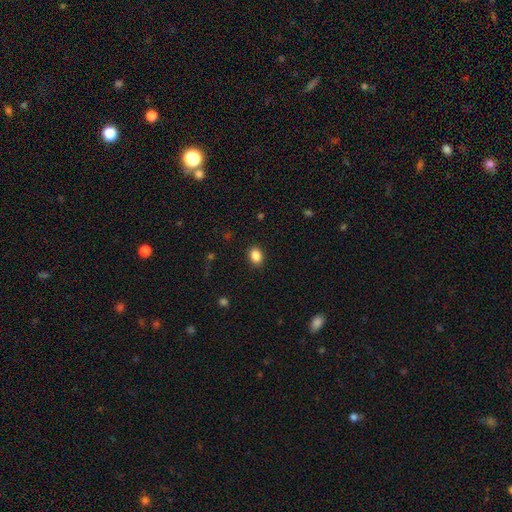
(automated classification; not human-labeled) The model was most divided on "how rounded": in between: 72%, round: 27%, cigar-shaped: 1%. More confident: merging — none (88%); smooth or featured — smooth (87%).